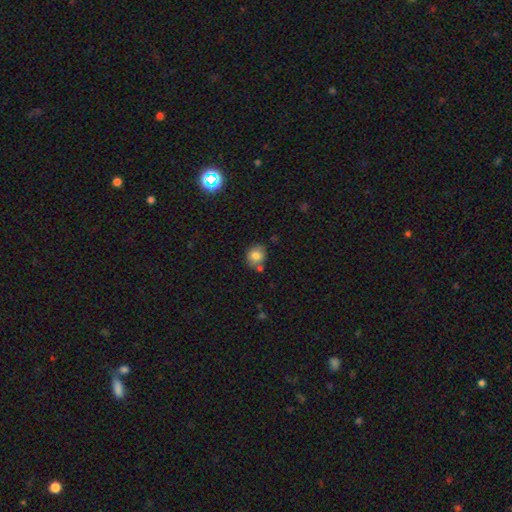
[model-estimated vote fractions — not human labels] This is clearly a smooth galaxy (81%). How rounded: likely round (74%). Merging: likely none (66%).